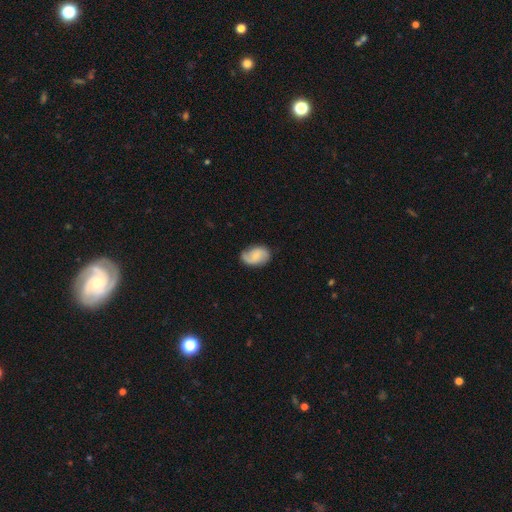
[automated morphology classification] The model was most divided on "smooth or featured": featured or disk: 54%, smooth: 39%, star or artifact: 7%. More confident: edge-on disk — no (97%); spiral arms — yes (90%); merging — none (71%); bar — no (59%); bulge size — small (55%).